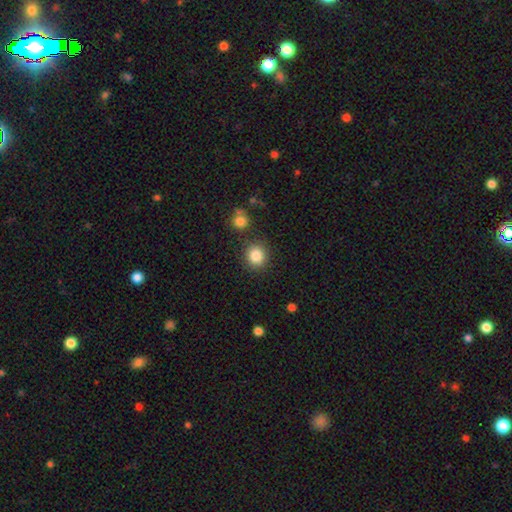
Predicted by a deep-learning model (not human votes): This is clearly a smooth galaxy (85%). How rounded: clearly round (87%). Merging: clearly none (85%).